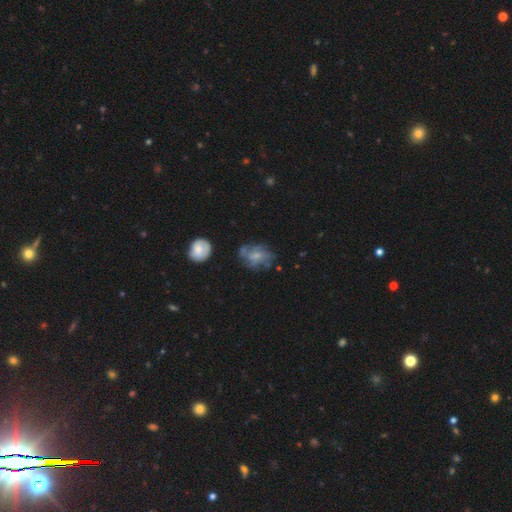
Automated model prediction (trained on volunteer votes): Smooth or featured? Predicted: featured or disk (p=0.54). Edge-on disk? Predicted: no (p=0.96). Bar? Predicted: no (p=0.67). Spiral arms? Predicted: yes (p=0.60). Bulge size? Predicted: small (p=0.57). Merging? Predicted: none (p=0.50).